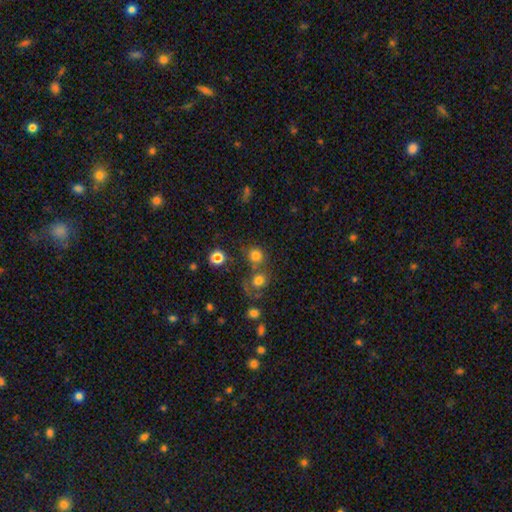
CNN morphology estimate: The model was most divided on "merging": none: 58%, merger: 27%, minor disturbance: 10%, major disturbance: 5%. More confident: how rounded — round (84%); smooth or featured — smooth (77%).